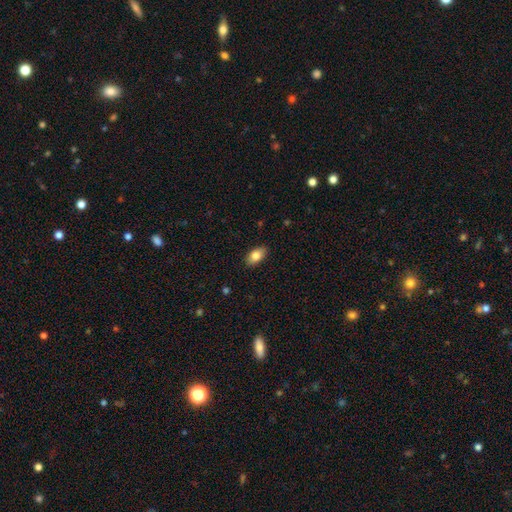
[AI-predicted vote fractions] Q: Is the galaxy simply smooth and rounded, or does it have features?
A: smooth — 83%.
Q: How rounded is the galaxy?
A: in between — 91%.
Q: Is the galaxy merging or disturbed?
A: none — 88%.